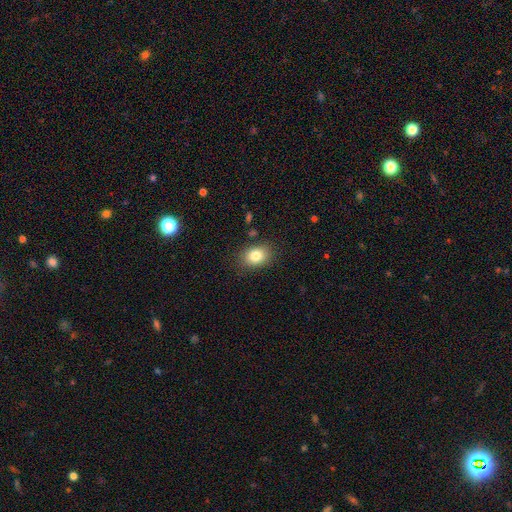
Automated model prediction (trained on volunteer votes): Q: Smooth or featured?
A: smooth (82%); runner-up: star or artifact (10%)
Q: How rounded?
A: in between (65%); runner-up: round (34%)
Q: Merging?
A: none (84%); runner-up: minor disturbance (11%)